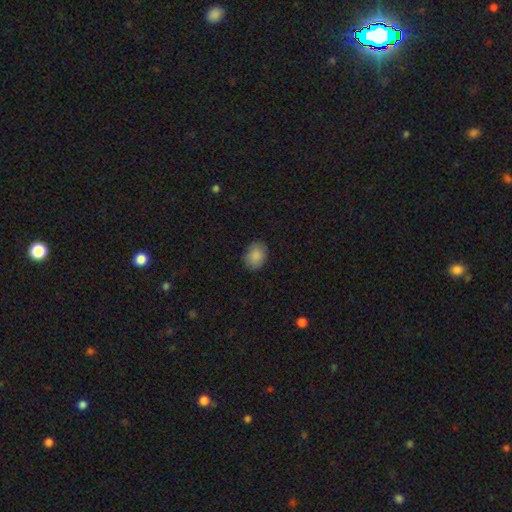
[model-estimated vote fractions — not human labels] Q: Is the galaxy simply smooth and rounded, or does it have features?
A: smooth — 88%.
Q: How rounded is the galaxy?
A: in between — 55%.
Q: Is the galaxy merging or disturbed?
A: none — 84%.